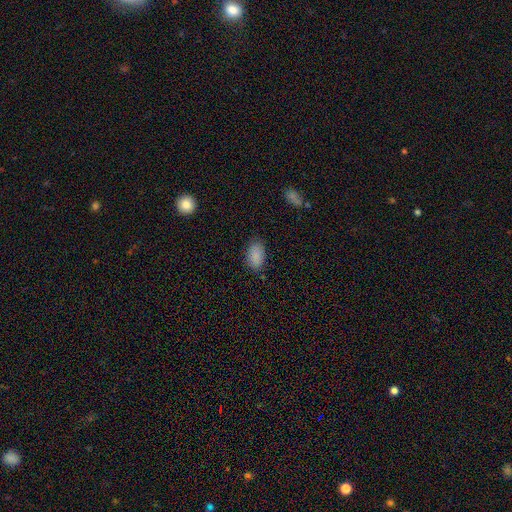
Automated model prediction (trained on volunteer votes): smooth_or_featured: smooth (p=0.88) [alt: star or artifact p=0.08]
how_rounded: in between (p=0.93) [alt: round p=0.06]
merging: none (p=0.82) [alt: minor disturbance p=0.14]